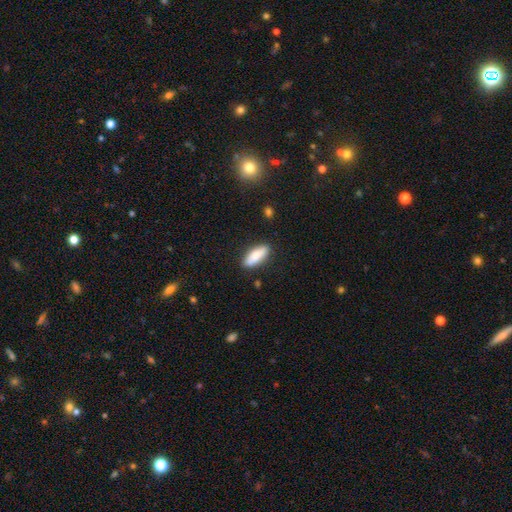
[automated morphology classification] The model was most divided on "how rounded": in between: 64%, cigar-shaped: 34%, round: 2%. More confident: merging — none (85%); smooth or featured — smooth (84%).